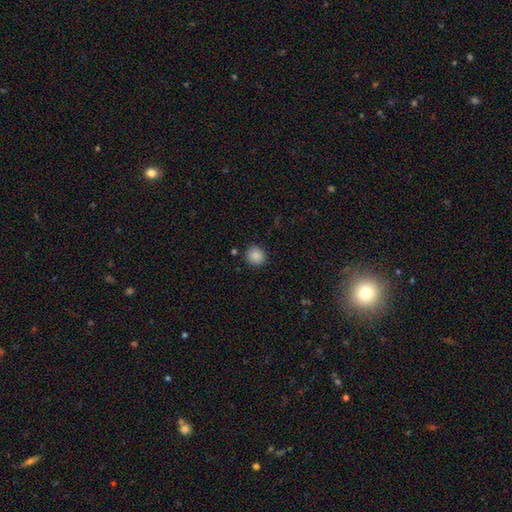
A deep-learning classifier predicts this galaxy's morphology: Smooth or featured? Predicted: smooth (p=0.87). How rounded? Predicted: round (p=0.89). Merging? Predicted: none (p=0.89).